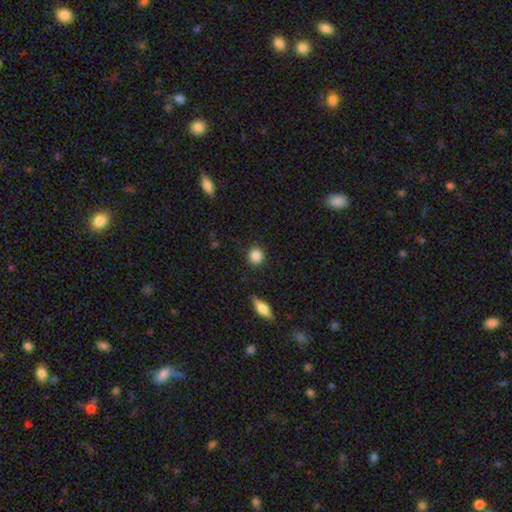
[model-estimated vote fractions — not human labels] smooth_or_featured: smooth (p=0.86) [alt: star or artifact p=0.08]
how_rounded: round (p=0.86) [alt: in between p=0.13]
merging: none (p=0.89) [alt: minor disturbance p=0.07]